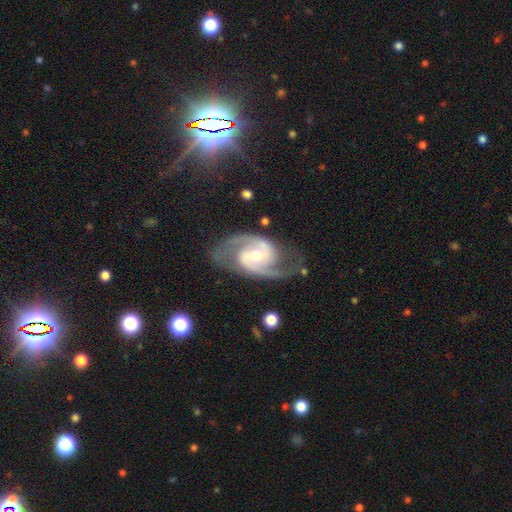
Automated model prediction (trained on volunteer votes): Smooth or featured? featured or disk (92%)
Edge-on disk? no (98%)
Bar? weak (51%)
Spiral arms? yes (98%)
Spiral winding? medium (62%)
Spiral arm count? 2 (93%)
Bulge size? moderate (52%)
Merging? none (75%)